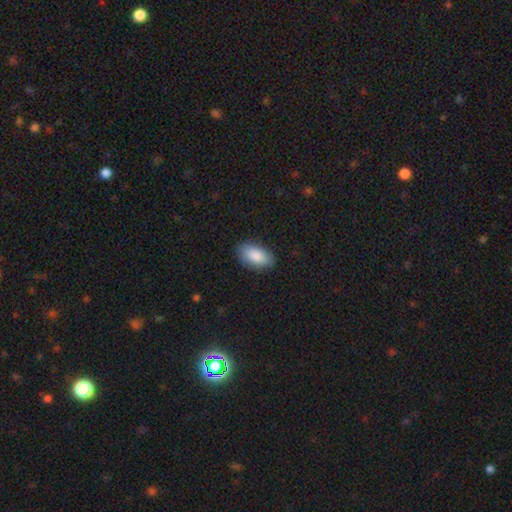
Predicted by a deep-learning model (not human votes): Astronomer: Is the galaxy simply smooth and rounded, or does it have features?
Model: smooth — 88%.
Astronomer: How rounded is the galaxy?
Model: in between — 94%.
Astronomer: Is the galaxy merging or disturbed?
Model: none — 87%.